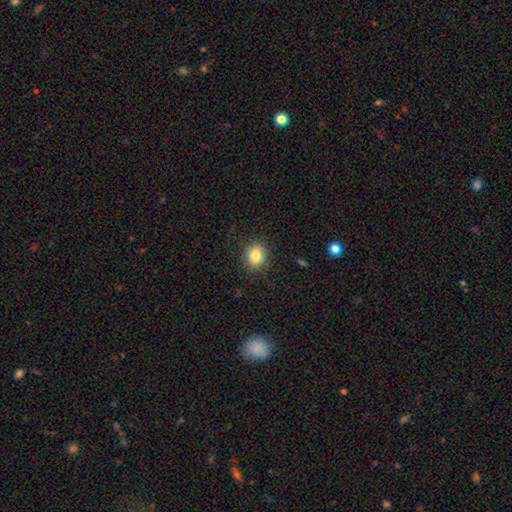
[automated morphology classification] type=smooth (84%); roundness=round (56%); merging=none (89%).